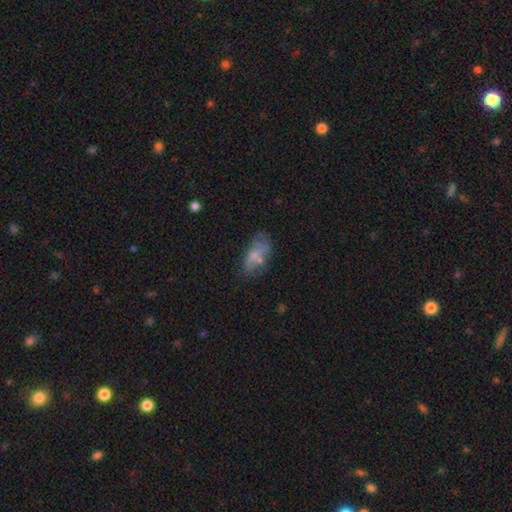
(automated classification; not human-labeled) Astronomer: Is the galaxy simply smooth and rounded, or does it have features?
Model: smooth — 61%.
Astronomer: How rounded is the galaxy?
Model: in between — 89%.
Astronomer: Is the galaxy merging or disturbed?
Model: none — 47% (runner-up: minor disturbance, 25%).